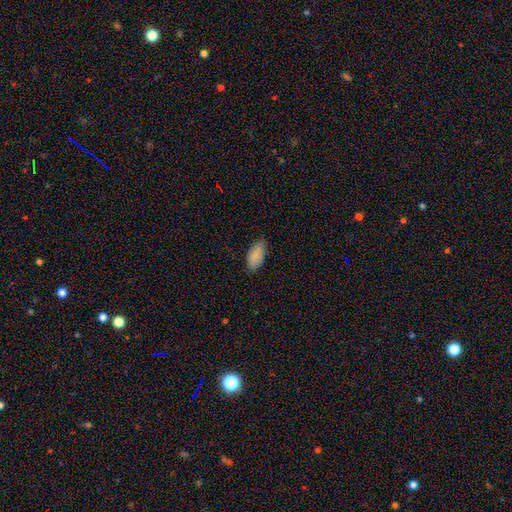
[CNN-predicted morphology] The model was most divided on "merging": none: 72%, minor disturbance: 24%, major disturbance: 3%, merger: 1%. More confident: how rounded — in between (94%); smooth or featured — smooth (85%).